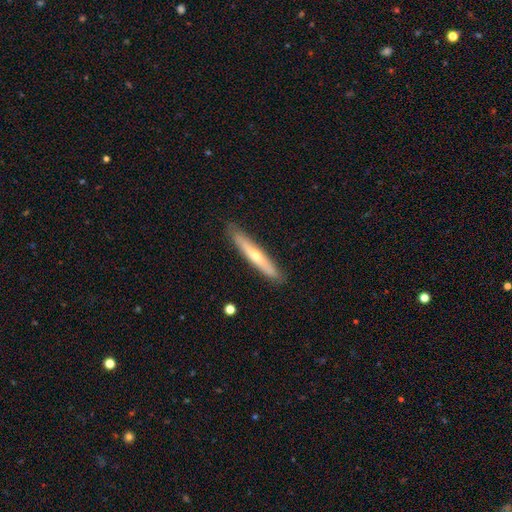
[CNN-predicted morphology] A featured or disk galaxy (49%).

Vote fractions:
- Smooth or featured? featured or disk: 49% / smooth: 45% / star or artifact: 6%
- Merging? none: 87% / minor disturbance: 10% / major disturbance: 2% / merger: 1%